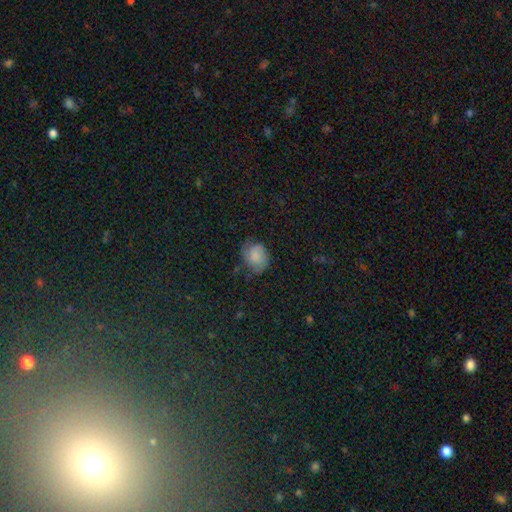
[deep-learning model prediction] smooth 68%, featured or disk 22%, star or artifact 10%. Down the decision tree: how rounded — round (52%); merging — none (54%).